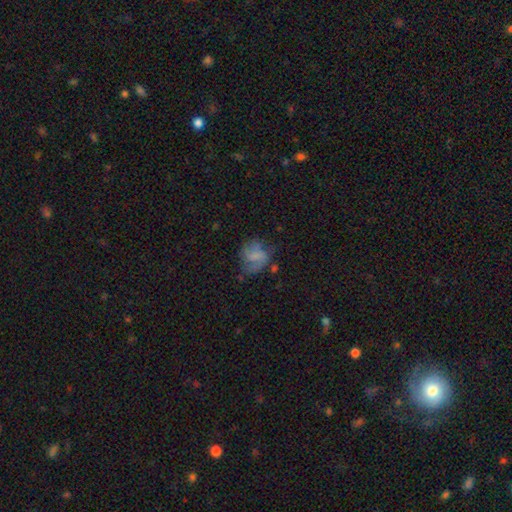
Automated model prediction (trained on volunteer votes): Overall: smooth (47%; featured or disk 42%). Merging: none (46%; minor disturbance 27%).